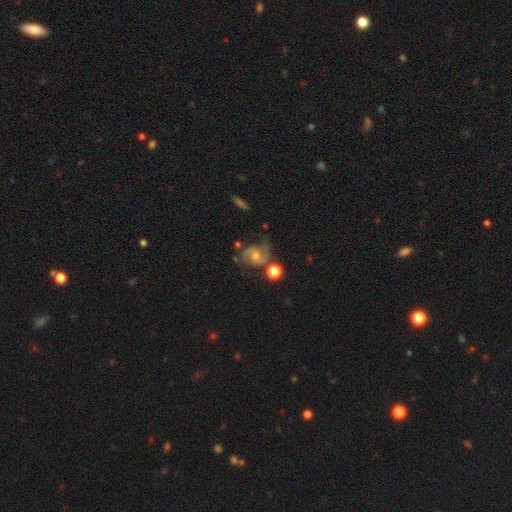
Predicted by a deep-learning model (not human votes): smooth_or_featured: featured or disk (p=0.83) [alt: smooth p=0.10]
disk_edge_on: no (p=0.98) [alt: yes p=0.02]
bar: no (p=0.64) [alt: weak p=0.30]
has_spiral_arms: yes (p=0.97) [alt: no p=0.03]
spiral_winding: medium (p=0.55) [alt: loose p=0.24]
spiral_arm_count: 2 (p=0.90) [alt: can't tell p=0.03]
bulge_size: moderate (p=0.58) [alt: small p=0.33]
merging: none (p=0.63) [alt: minor disturbance p=0.20]